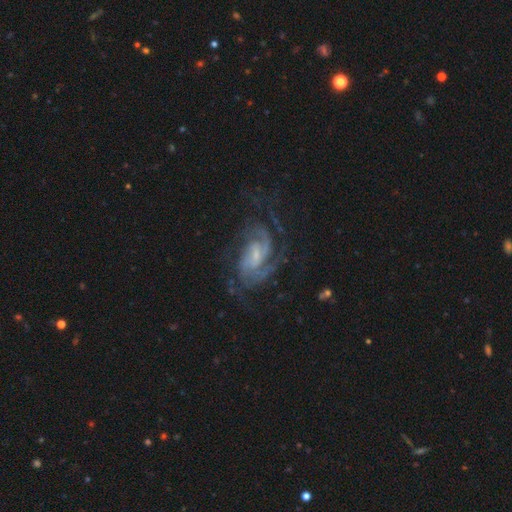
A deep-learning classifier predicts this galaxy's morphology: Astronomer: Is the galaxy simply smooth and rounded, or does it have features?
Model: featured or disk — 88%.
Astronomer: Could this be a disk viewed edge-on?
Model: no — 97%.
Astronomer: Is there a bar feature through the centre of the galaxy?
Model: weak — 50% (runner-up: no, 33%).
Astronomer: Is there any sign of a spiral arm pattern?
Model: yes — 97%.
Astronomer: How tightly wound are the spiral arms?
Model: medium — 45% (runner-up: tight, 44%).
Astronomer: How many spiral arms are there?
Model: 2 — 45% (runner-up: 3, 20%).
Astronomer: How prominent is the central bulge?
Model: small — 62%.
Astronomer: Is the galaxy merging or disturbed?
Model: none — 62%.